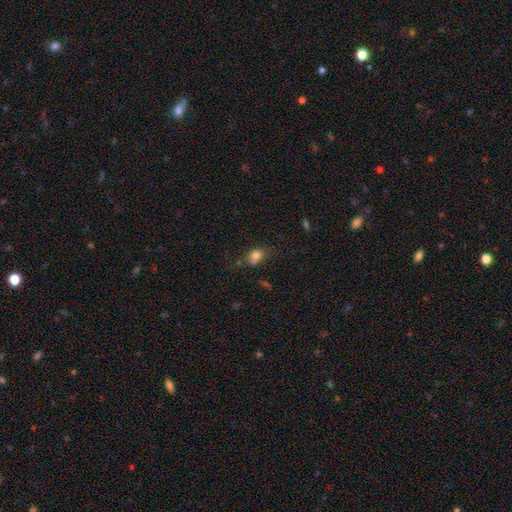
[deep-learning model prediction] This is likely a smooth galaxy (76%). How rounded: possibly in between (54%). Merging: possibly none (48%).